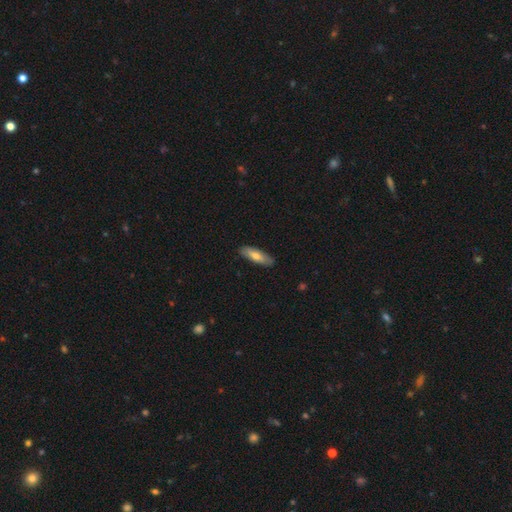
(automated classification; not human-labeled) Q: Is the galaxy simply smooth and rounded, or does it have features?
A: smooth — 63%.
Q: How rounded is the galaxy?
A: in between — 54%.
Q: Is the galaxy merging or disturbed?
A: none — 86%.